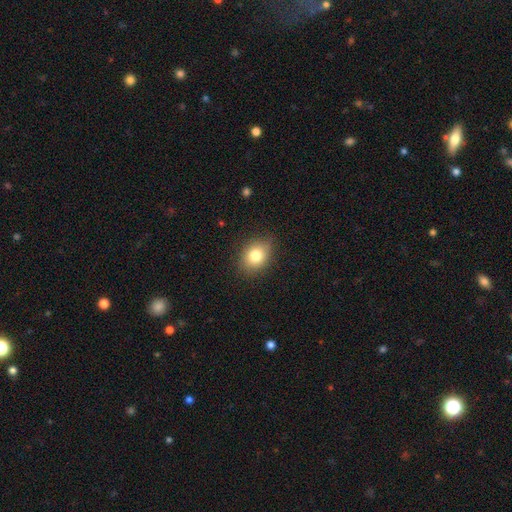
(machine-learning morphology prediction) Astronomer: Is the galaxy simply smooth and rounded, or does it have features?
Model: smooth — 80%.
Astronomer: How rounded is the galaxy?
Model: in between — 55% (runner-up: round, 43%).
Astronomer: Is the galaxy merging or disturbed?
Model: none — 79%.